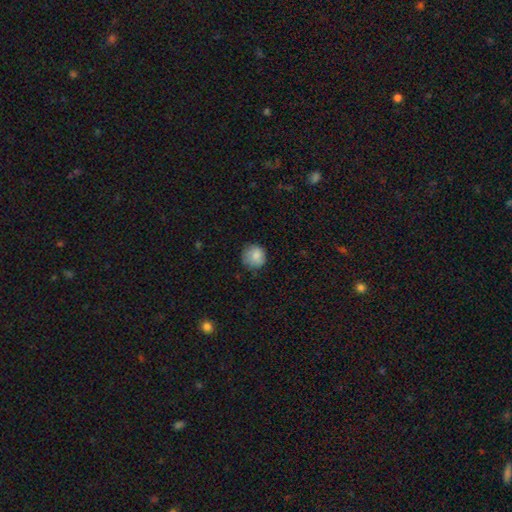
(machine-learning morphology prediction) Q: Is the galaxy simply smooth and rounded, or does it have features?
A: smooth — 84%.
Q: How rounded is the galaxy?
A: round — 89%.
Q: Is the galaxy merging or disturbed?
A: none — 77%.